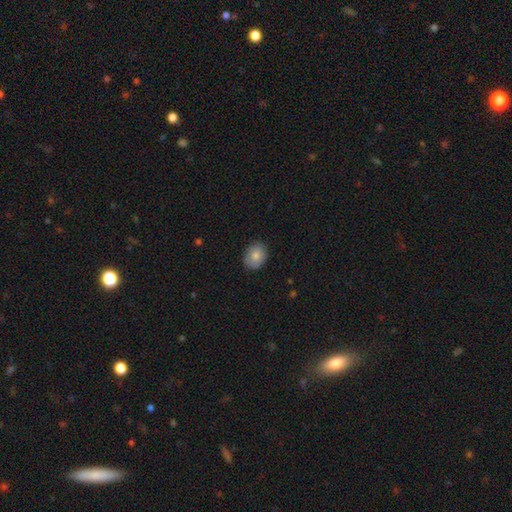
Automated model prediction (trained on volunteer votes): smooth-or-featured: smooth: 81% | featured or disk: 12% | star or artifact: 8%
  how-rounded: in between: 59% | round: 40% | cigar-shaped: 1%
  merging: none: 85% | minor disturbance: 12% | major disturbance: 2% | merger: 1%